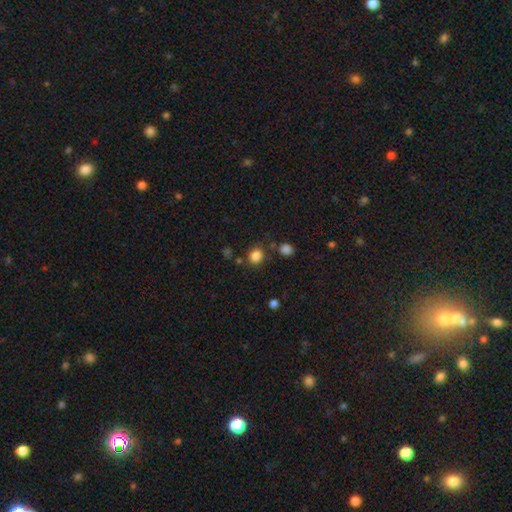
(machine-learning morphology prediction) The model was most divided on "how rounded": round: 71%, in between: 29%, cigar-shaped: 1%. More confident: smooth or featured — smooth (84%); merging — none (79%).